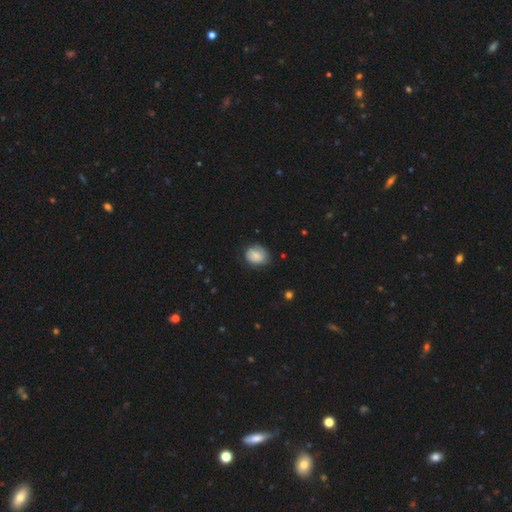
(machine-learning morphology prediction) Smooth or featured?
  - smooth: 79% *
  - featured or disk: 13%
  - star or artifact: 7%
How rounded?
  - in between: 50% *
  - round: 49%
  - cigar-shaped: 1%
Merging?
  - none: 66% *
  - minor disturbance: 26%
  - major disturbance: 6%
  - merger: 1%